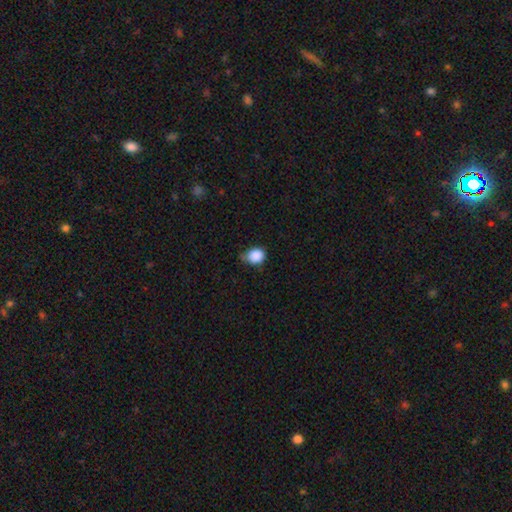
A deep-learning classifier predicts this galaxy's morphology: smooth_or_featured: smooth (p=0.88) [alt: star or artifact p=0.09]
how_rounded: round (p=0.71) [alt: in between p=0.28]
merging: none (p=0.53) [alt: minor disturbance p=0.38]